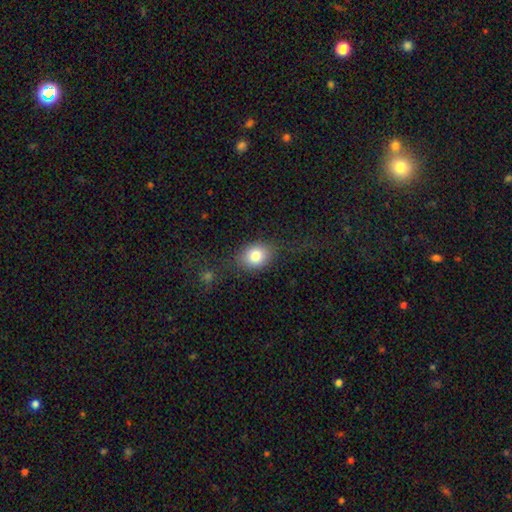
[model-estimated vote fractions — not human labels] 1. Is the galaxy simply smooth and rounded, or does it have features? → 79% smooth, 12% featured or disk, 9% star or artifact.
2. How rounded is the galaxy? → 51% in between, 48% round, 1% cigar-shaped.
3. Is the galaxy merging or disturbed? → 68% none, 17% minor disturbance, 11% major disturbance, 4% merger.